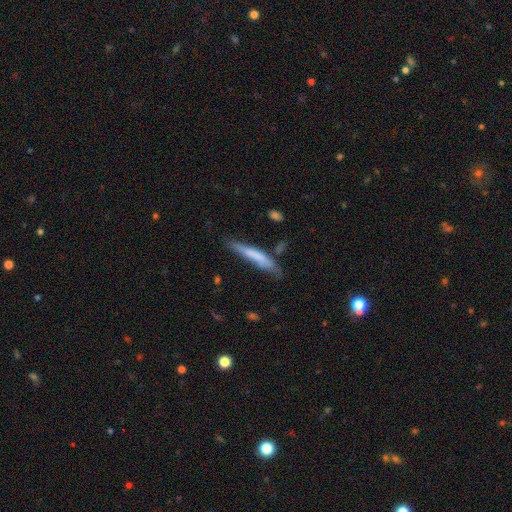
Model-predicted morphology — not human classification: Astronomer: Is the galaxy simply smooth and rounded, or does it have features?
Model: smooth — 64%.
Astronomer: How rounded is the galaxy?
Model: cigar-shaped — 92%.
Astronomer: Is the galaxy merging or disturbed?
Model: none — 62%.